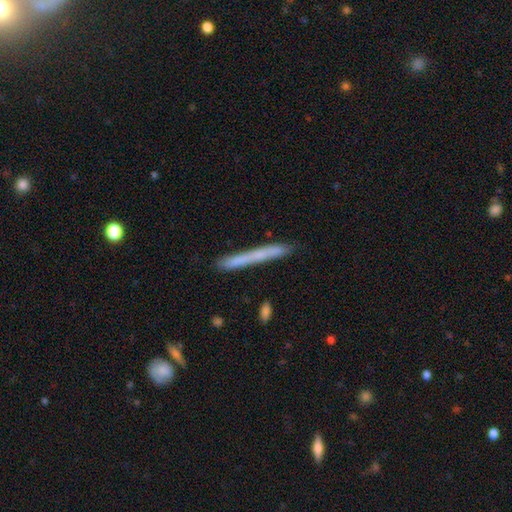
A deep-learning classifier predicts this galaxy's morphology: This is possibly a smooth galaxy (58%). How rounded: clearly cigar-shaped (97%). Merging: clearly none (86%).